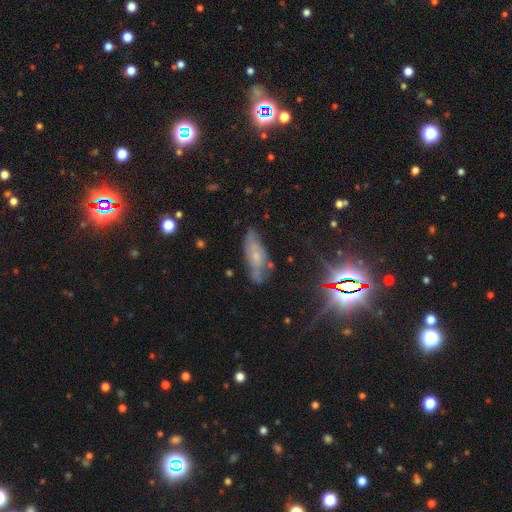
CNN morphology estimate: type=featured or disk (52%); edge-on=no (77%); merging=none (67%).